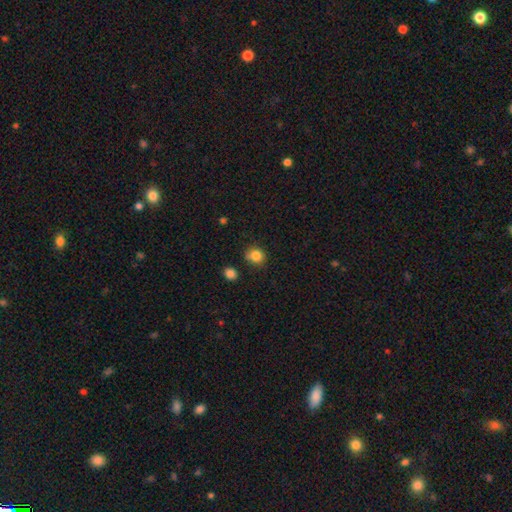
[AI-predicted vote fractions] Smooth or featured: smooth — 84% (star or artifact — 11%)
How rounded: round — 80% (in between — 19%)
Merging: none — 76% (minor disturbance — 16%)